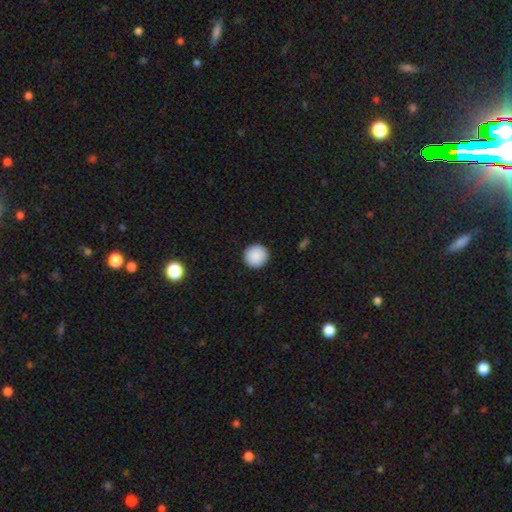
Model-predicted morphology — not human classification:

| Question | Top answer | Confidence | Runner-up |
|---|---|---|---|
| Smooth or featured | smooth | 90% | star or artifact (7%) |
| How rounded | round | 96% | in between (3%) |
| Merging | none | 93% | minor disturbance (4%) |